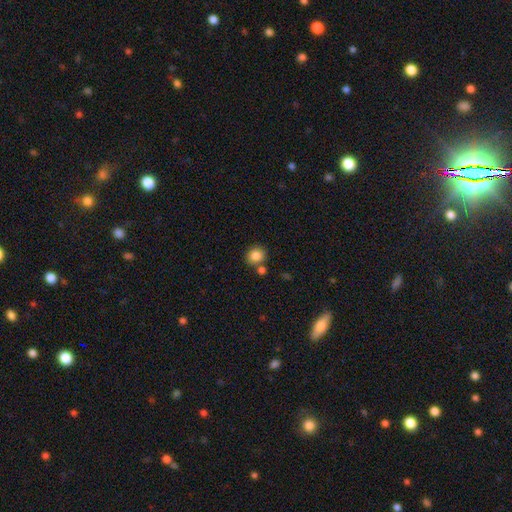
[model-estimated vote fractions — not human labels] Smooth or featured?
  - smooth: 85% *
  - star or artifact: 10%
  - featured or disk: 5%
How rounded?
  - round: 79% *
  - in between: 20%
  - cigar-shaped: 1%
Merging?
  - none: 72% *
  - merger: 15%
  - minor disturbance: 10%
  - major disturbance: 3%